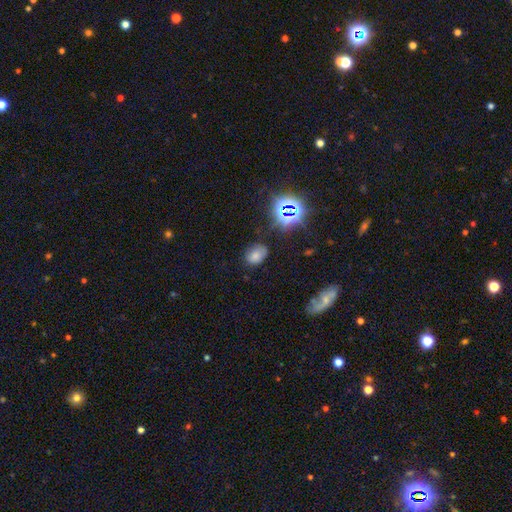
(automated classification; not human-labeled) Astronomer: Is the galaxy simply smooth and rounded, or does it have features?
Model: smooth — 68%.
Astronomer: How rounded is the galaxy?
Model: in between — 71%.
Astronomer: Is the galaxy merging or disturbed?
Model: none — 68%.